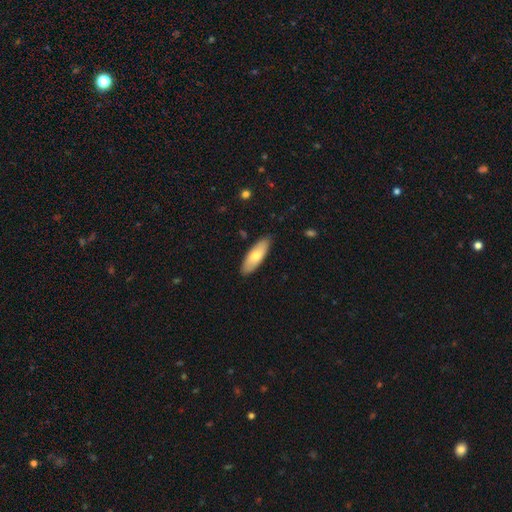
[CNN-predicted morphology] Smooth or featured: smooth — 72% (featured or disk — 23%)
How rounded: in between — 65% (cigar-shaped — 33%)
Merging: none — 88% (minor disturbance — 10%)